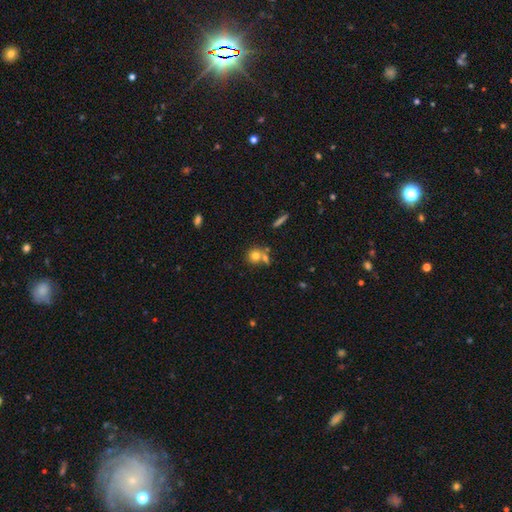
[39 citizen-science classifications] Smooth or featured? 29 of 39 (74%) said smooth. How rounded? 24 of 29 (83%) said round. Merging? 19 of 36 (53%) said merger.